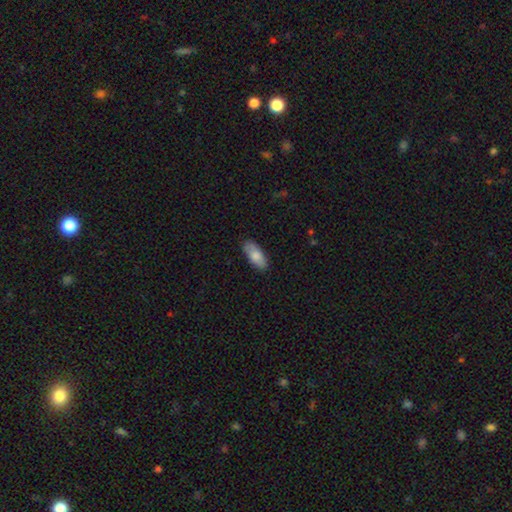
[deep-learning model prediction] Q: Smooth or featured?
A: smooth (82%); runner-up: featured or disk (12%)
Q: How rounded?
A: in between (86%); runner-up: cigar-shaped (12%)
Q: Merging?
A: none (84%); runner-up: minor disturbance (13%)